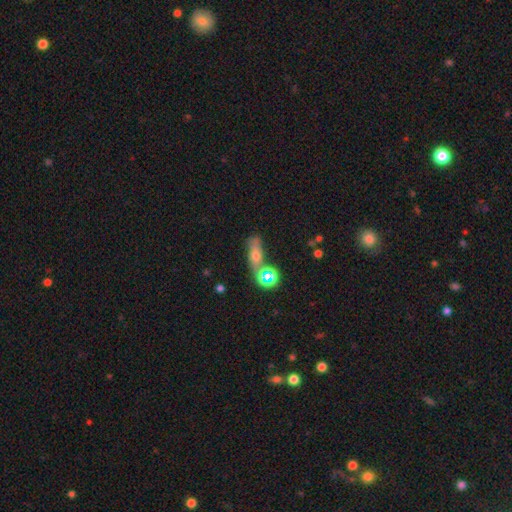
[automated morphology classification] smooth_or_featured: smooth (p=0.44) [alt: star or artifact p=0.29]
merging: none (p=0.52) [alt: merger p=0.22]